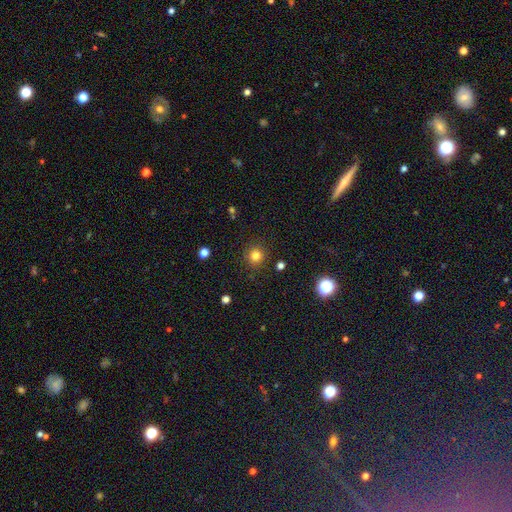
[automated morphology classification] This appears to be a smooth galaxy with no disk features (81%) that is round (94%). Merging: none (89%).